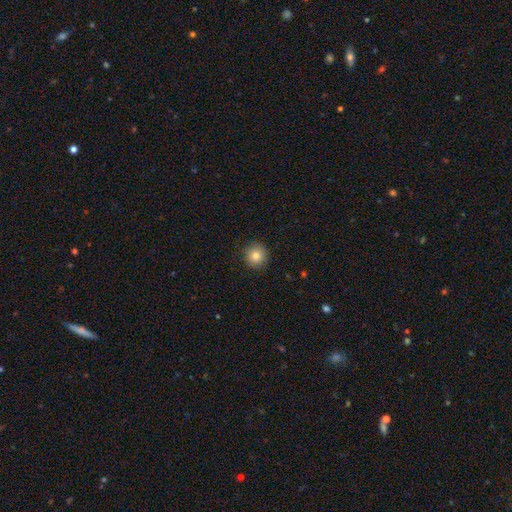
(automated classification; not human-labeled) The model was most divided on "smooth or featured": smooth: 82%, star or artifact: 10%, featured or disk: 7%. More confident: how rounded — round (92%); merging — none (90%).